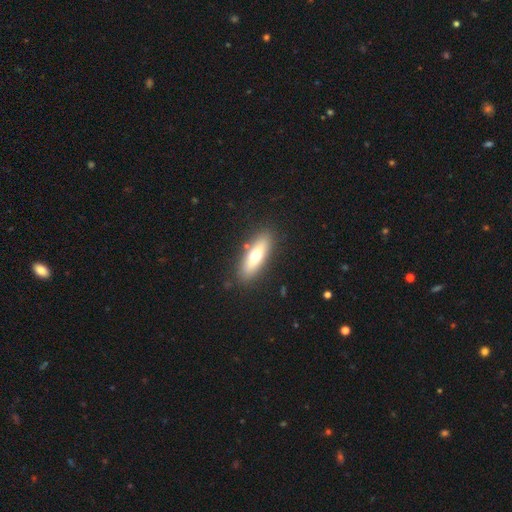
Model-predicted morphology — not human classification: smooth 61%, featured or disk 33%, star or artifact 6%. Down the decision tree: how rounded — in between (51%); merging — none (85%).